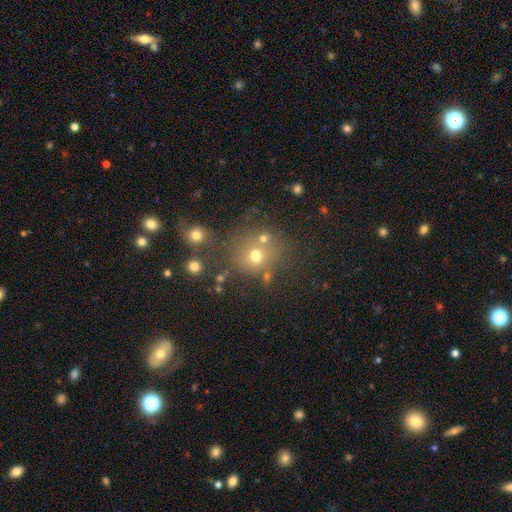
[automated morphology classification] This is likely a smooth galaxy (66%). How rounded: clearly round (84%). Merging: likely none (64%).